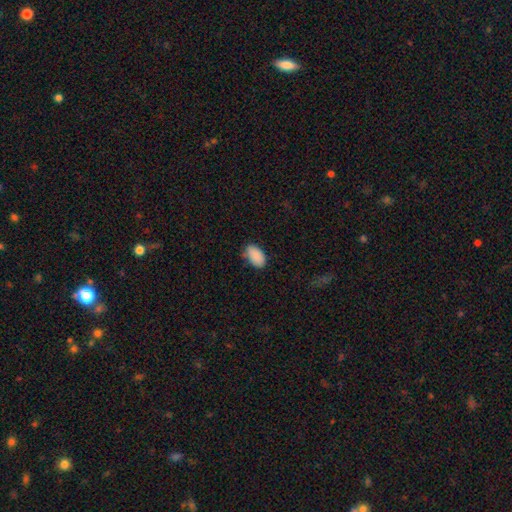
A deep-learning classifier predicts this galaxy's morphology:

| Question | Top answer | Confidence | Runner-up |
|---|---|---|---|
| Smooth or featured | smooth | 89% | star or artifact (7%) |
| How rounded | in between | 94% | round (5%) |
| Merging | none | 73% | minor disturbance (22%) |